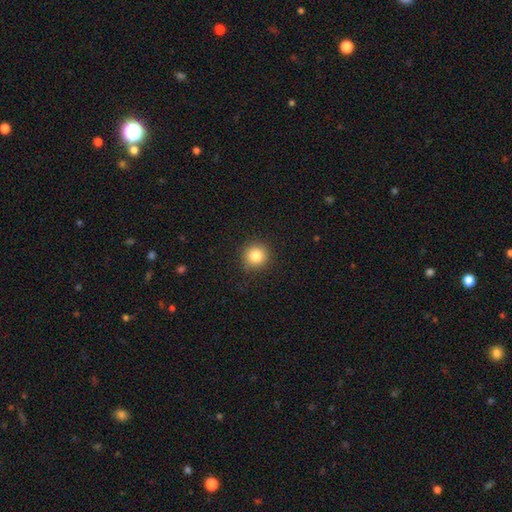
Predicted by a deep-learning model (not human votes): Overall: smooth (83%). How rounded: round (93%). Merging: none (89%).